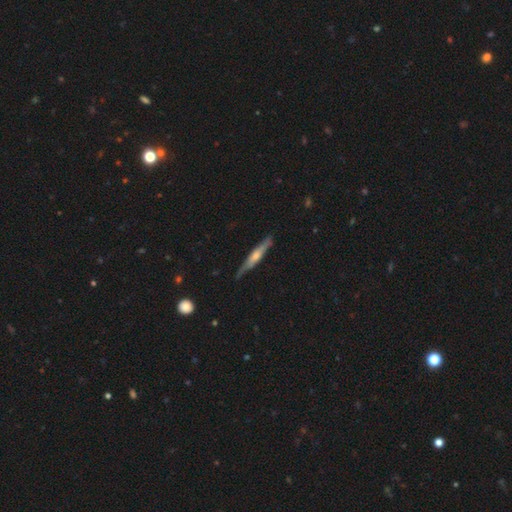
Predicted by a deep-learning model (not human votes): Smooth or featured: featured or disk — 61% (smooth — 34%)
Edge-on disk: yes — 92% (no — 8%)
Edge-on bulge: rounded — 64% (none — 20%)
Merging: none — 80% (minor disturbance — 16%)